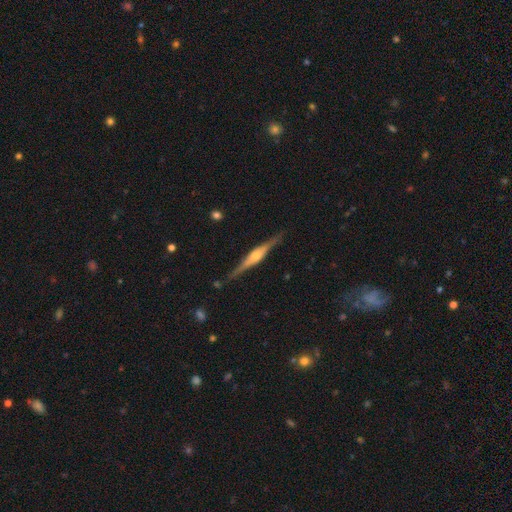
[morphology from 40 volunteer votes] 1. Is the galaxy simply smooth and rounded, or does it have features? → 75% featured or disk, 22% smooth, 2% star or artifact.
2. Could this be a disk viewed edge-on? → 100% yes, 0% no.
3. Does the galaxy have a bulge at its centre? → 67% rounded, 33% boxy, 0% none.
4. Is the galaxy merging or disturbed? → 87% none, 13% minor disturbance, 0% major disturbance, 0% merger.